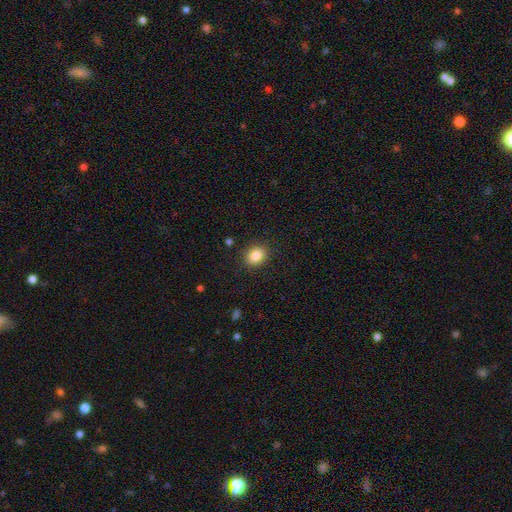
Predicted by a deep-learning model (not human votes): This is clearly a smooth galaxy (85%). How rounded: possibly round (54%). Merging: clearly none (88%).